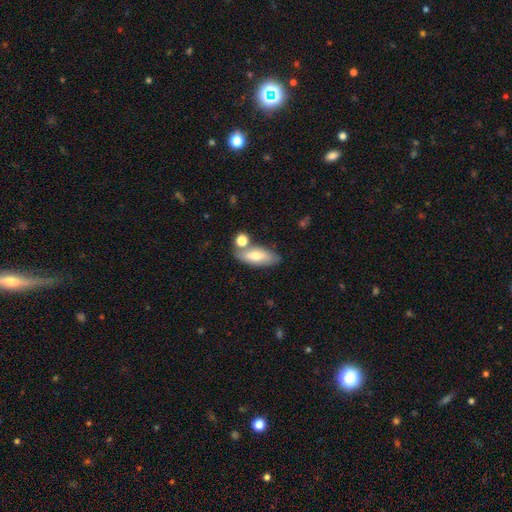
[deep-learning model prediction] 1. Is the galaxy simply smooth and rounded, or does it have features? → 63% smooth, 30% featured or disk, 7% star or artifact.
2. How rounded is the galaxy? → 74% in between, 22% cigar-shaped, 4% round.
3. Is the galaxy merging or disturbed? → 63% none, 18% merger, 14% minor disturbance, 4% major disturbance.